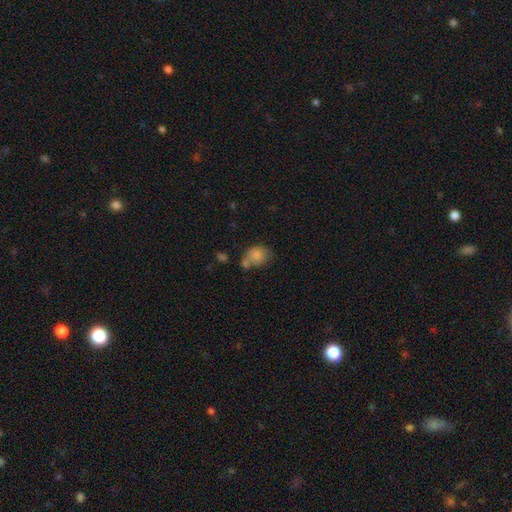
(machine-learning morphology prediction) A smooth galaxy with no disk features (82%) that is round (50%). Merging: none (45%).